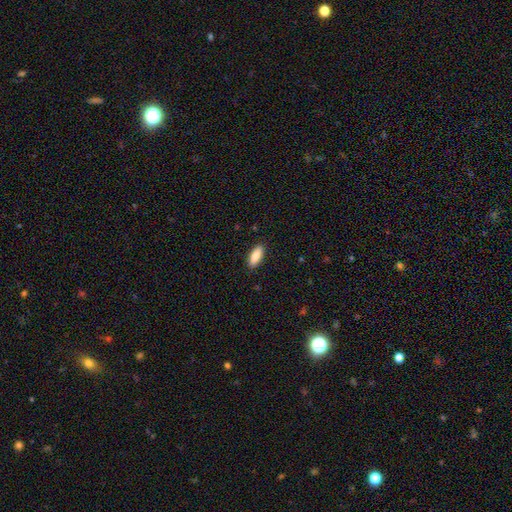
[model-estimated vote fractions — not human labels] smooth_or_featured: smooth (p=0.83) [alt: featured or disk p=0.11]
how_rounded: in between (p=0.73) [alt: cigar-shaped p=0.25]
merging: none (p=0.89) [alt: minor disturbance p=0.08]